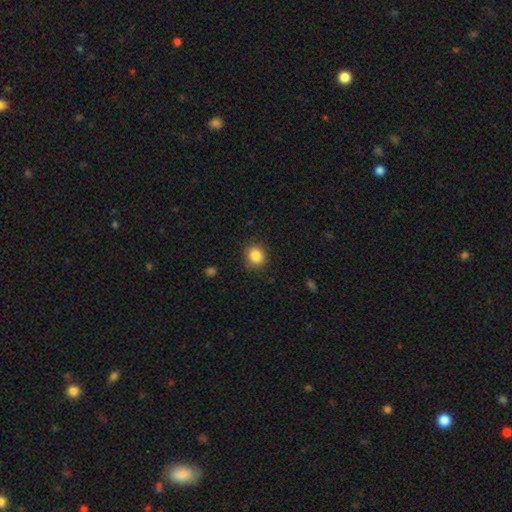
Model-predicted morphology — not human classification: Smooth or featured? Predicted: smooth (p=0.86). How rounded? Predicted: round (p=0.79). Merging? Predicted: none (p=0.87).